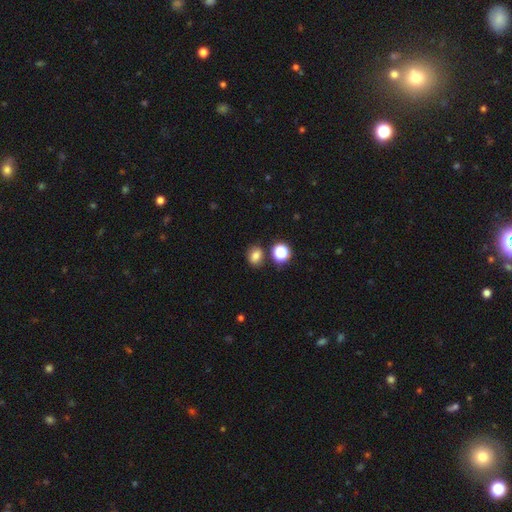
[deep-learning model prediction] Smooth or featured? Predicted: smooth (p=0.76). How rounded? Predicted: in between (p=0.51). Merging? Predicted: none (p=0.76).